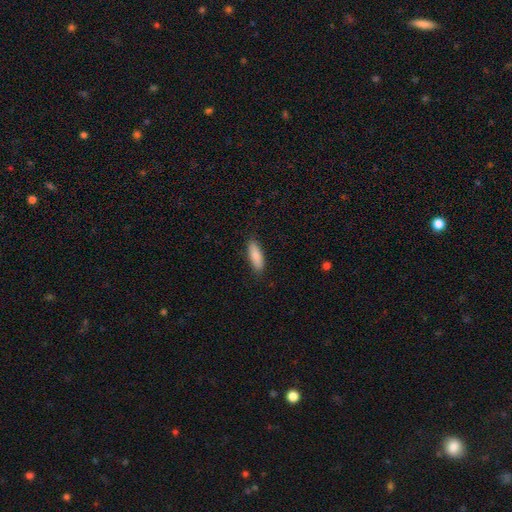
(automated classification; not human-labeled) Smooth or featured: smooth — 87% (featured or disk — 7%)
How rounded: in between — 54% (cigar-shaped — 44%)
Merging: none — 86% (minor disturbance — 11%)